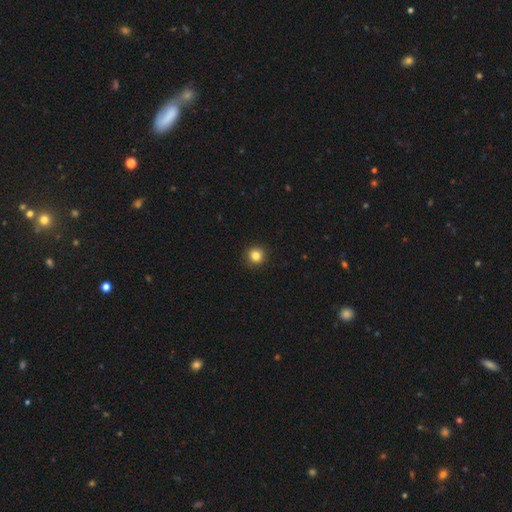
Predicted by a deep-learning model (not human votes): Smooth or featured? Predicted: smooth (p=0.84). How rounded? Predicted: round (p=0.95). Merging? Predicted: none (p=0.93).